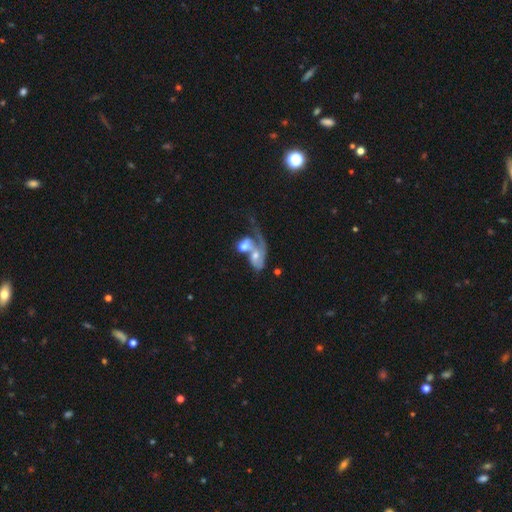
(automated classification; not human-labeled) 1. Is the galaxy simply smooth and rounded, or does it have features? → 58% featured or disk, 35% smooth, 7% star or artifact.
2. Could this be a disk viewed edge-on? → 95% no, 5% yes.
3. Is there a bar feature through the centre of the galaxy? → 70% no, 24% weak, 6% strong.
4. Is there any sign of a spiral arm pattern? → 69% yes, 31% no.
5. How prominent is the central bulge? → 54% moderate, 23% small, 14% large, 6% none, 3% dominant.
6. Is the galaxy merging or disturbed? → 73% merger, 14% major disturbance, 8% none, 5% minor disturbance.